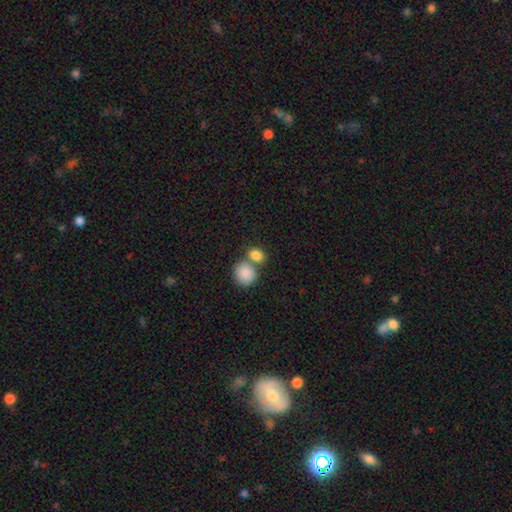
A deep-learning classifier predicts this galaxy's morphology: A smooth galaxy with no disk features (86%) that is round (53%).

Vote fractions:
- Smooth or featured? smooth: 86% / star or artifact: 8% / featured or disk: 6%
- How rounded? round: 53% / in between: 46% / cigar-shaped: 1%
- Merging? none: 45% / merger: 43% / minor disturbance: 8% / major disturbance: 3%